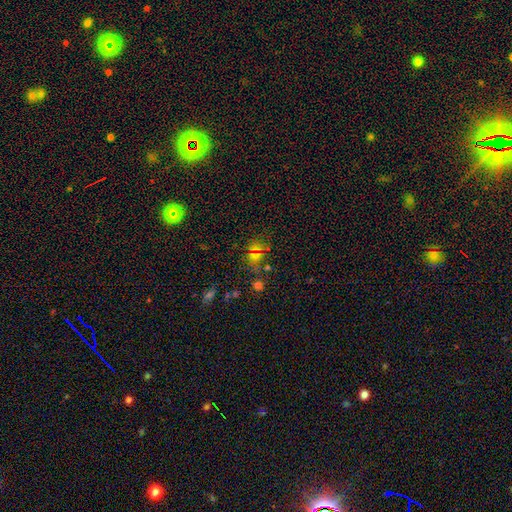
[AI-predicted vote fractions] Smooth or featured? Predicted: smooth (p=0.53). How rounded? Predicted: round (p=0.61). Merging? Predicted: none (p=0.68).